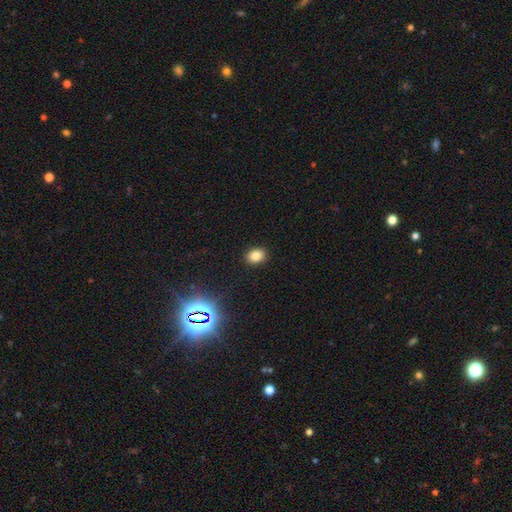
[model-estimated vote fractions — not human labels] smooth-or-featured: smooth: 81% | star or artifact: 14% | featured or disk: 5%
  how-rounded: in between: 61% | round: 38% | cigar-shaped: 1%
  merging: none: 90% | minor disturbance: 7% | major disturbance: 2% | merger: 1%